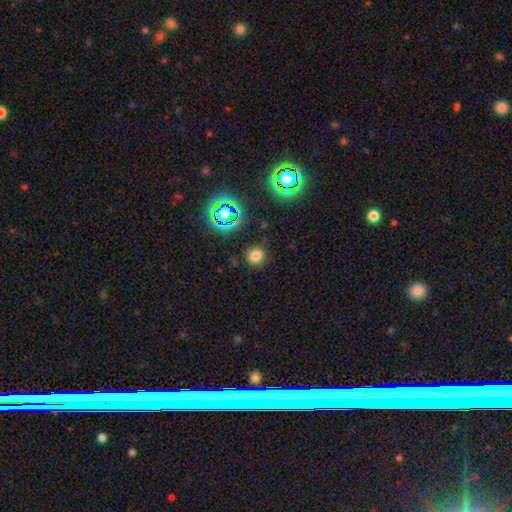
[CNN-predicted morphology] Smooth or featured? smooth (73%)
How rounded? round (85%)
Merging? none (86%)